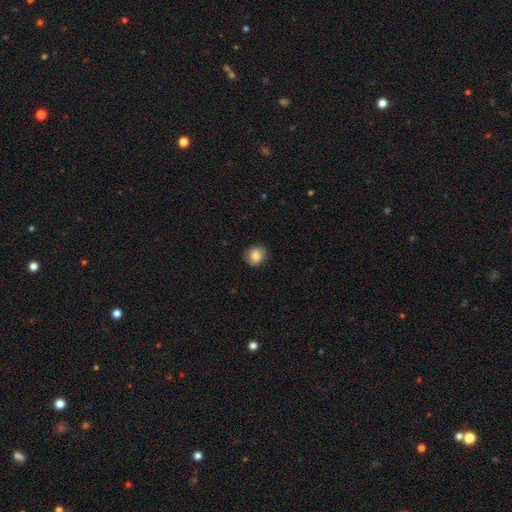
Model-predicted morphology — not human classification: type=smooth (81%); roundness=round (70%); merging=none (81%).